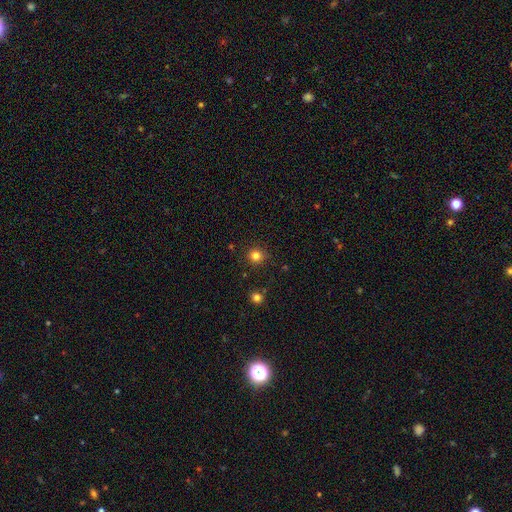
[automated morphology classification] This appears to be a smooth galaxy with no disk features (81%) that is round (93%). Merging: none (89%).